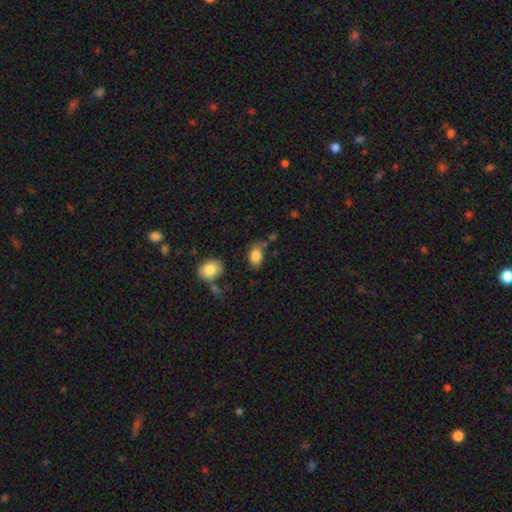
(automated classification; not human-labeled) This is clearly a smooth galaxy (85%). How rounded: clearly in between (86%). Merging: likely none (64%).